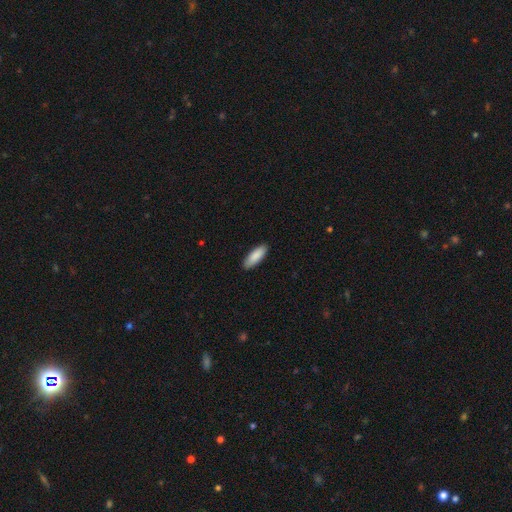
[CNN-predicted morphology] Smooth or featured: smooth — 89% (featured or disk — 6%)
How rounded: in between — 64% (cigar-shaped — 34%)
Merging: none — 89% (minor disturbance — 8%)